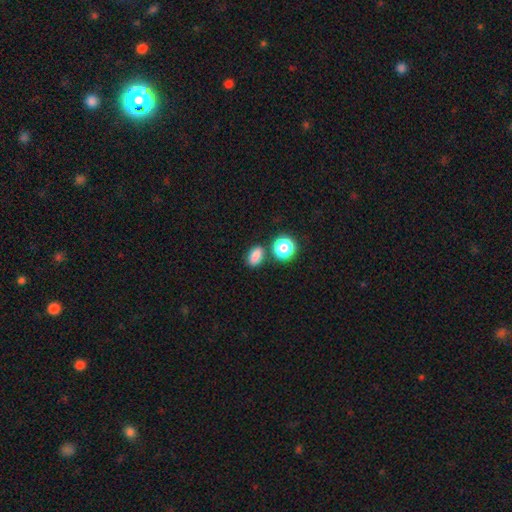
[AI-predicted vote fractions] smooth_or_featured: smooth (p=0.85) [alt: star or artifact p=0.10]
how_rounded: in between (p=0.72) [alt: round p=0.25]
merging: none (p=0.71) [alt: merger p=0.13]